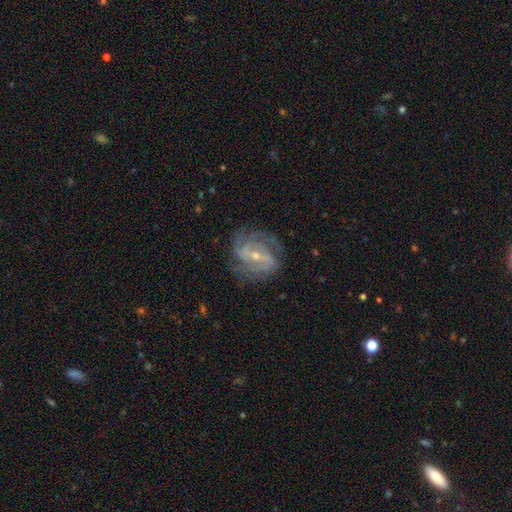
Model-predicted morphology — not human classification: The model was most divided on "spiral winding": tight: 44%, medium: 43%, loose: 13%. Remaining: edge-on disk — no (97%); spiral arms — yes (96%); smooth or featured — featured or disk (87%); merging — none (73%); bulge size — small (60%); bar — weak (44%); spiral arm count — 3 (30%).